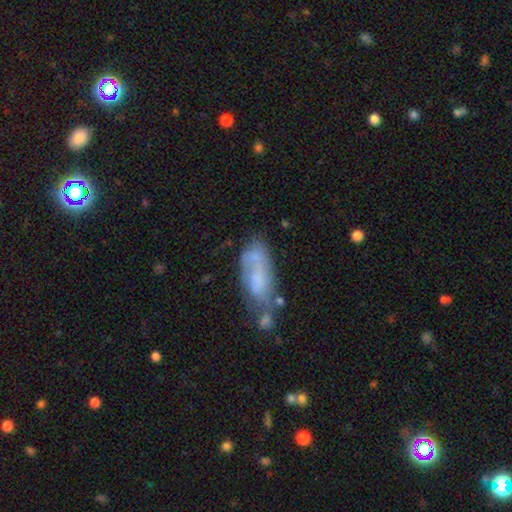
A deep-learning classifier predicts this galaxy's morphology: This appears to be a smooth galaxy with no disk features (57%) that is in between round and cigar-shaped (83%). Merging: none (35%).